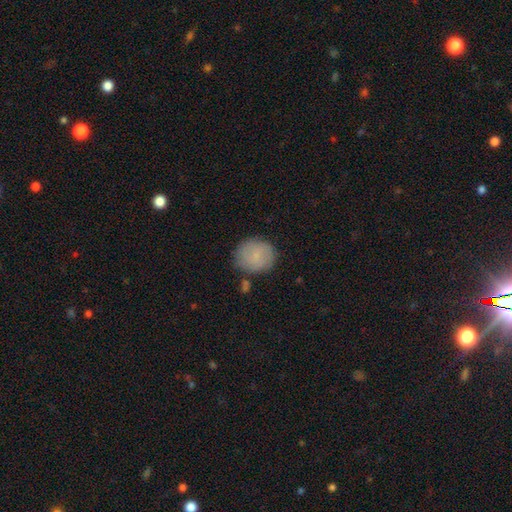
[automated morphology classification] Q: Smooth or featured?
A: smooth (77%); runner-up: featured or disk (16%)
Q: How rounded?
A: round (80%); runner-up: in between (18%)
Q: Merging?
A: none (74%); runner-up: minor disturbance (16%)